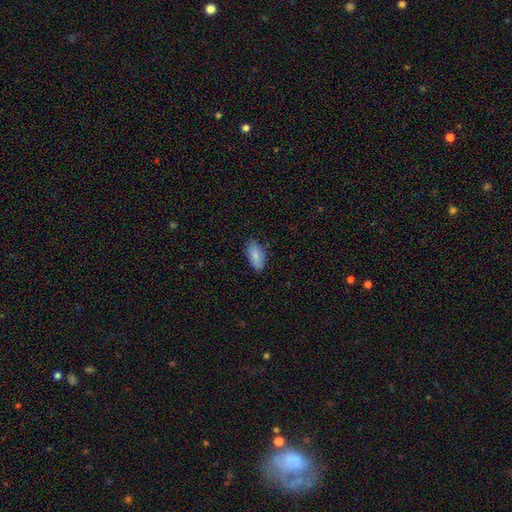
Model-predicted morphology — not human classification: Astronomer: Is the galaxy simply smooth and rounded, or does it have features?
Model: smooth — 83%.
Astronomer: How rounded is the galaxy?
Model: in between — 90%.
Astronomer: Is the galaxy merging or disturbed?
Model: none — 79%.